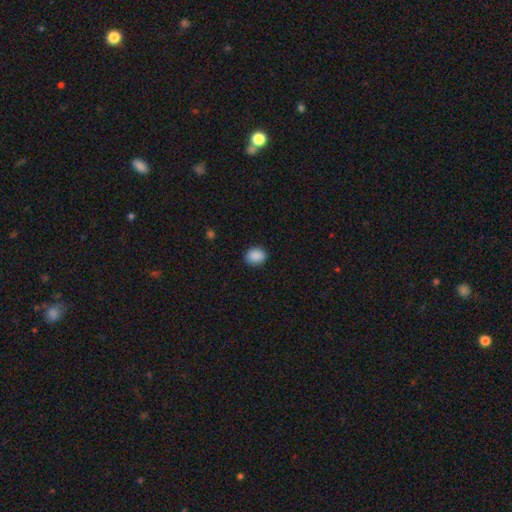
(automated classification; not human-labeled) Q: Smooth or featured?
A: smooth (89%); runner-up: star or artifact (8%)
Q: How rounded?
A: round (57%); runner-up: in between (42%)
Q: Merging?
A: none (89%); runner-up: minor disturbance (8%)